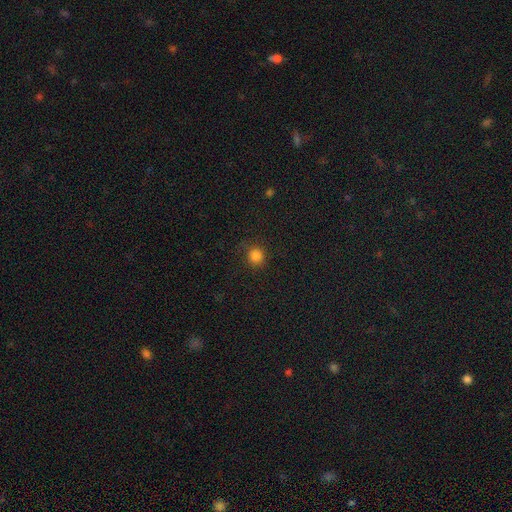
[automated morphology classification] Q: Smooth or featured?
A: smooth (83%); runner-up: star or artifact (13%)
Q: How rounded?
A: round (91%); runner-up: in between (8%)
Q: Merging?
A: none (84%); runner-up: minor disturbance (11%)